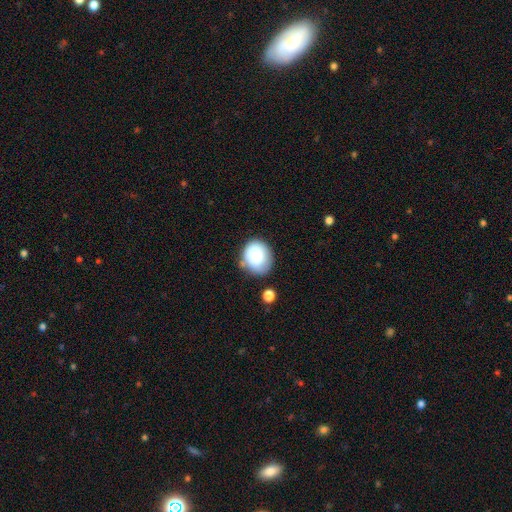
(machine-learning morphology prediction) A smooth galaxy with no disk features (78%) that is round (72%).

Vote fractions:
- Smooth or featured? smooth: 78% / featured or disk: 14% / star or artifact: 8%
- How rounded? round: 72% / in between: 28% / cigar-shaped: 1%
- Merging? none: 68% / minor disturbance: 20% / merger: 7% / major disturbance: 5%